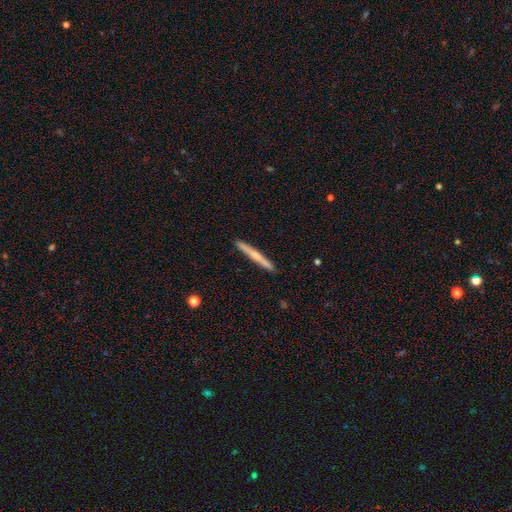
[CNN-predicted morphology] Smooth or featured: featured or disk — 51% (smooth — 44%)
Edge-on disk: yes — 97% (no — 3%)
Merging: none — 92% (minor disturbance — 6%)